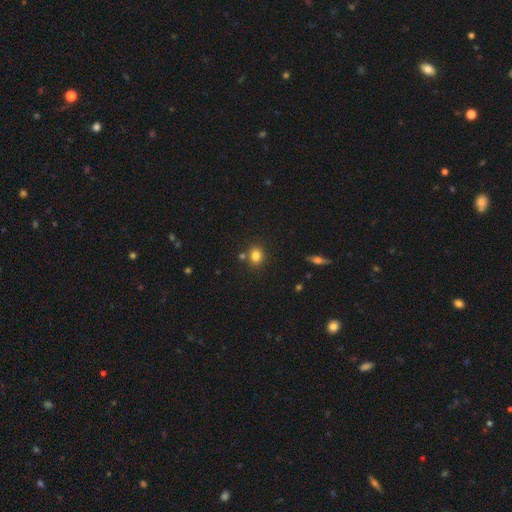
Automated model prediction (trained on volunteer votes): smooth-or-featured: smooth: 81% | star or artifact: 12% | featured or disk: 7%
  how-rounded: round: 76% | in between: 23% | cigar-shaped: 1%
  merging: none: 77% | merger: 11% | minor disturbance: 9% | major disturbance: 3%